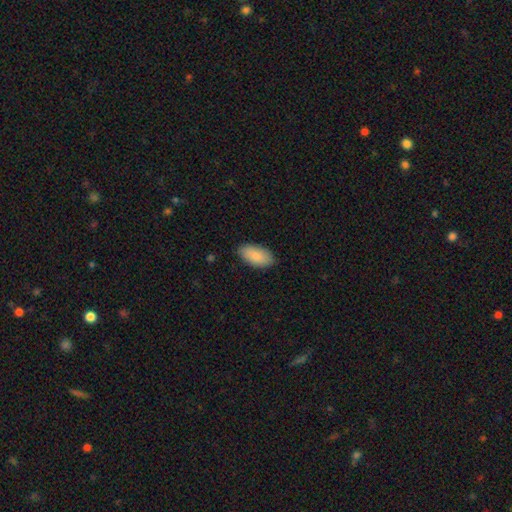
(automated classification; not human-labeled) The model was most divided on "merging": none: 87%, minor disturbance: 10%, major disturbance: 2%, merger: 1%. More confident: how rounded — in between (95%); smooth or featured — smooth (86%).